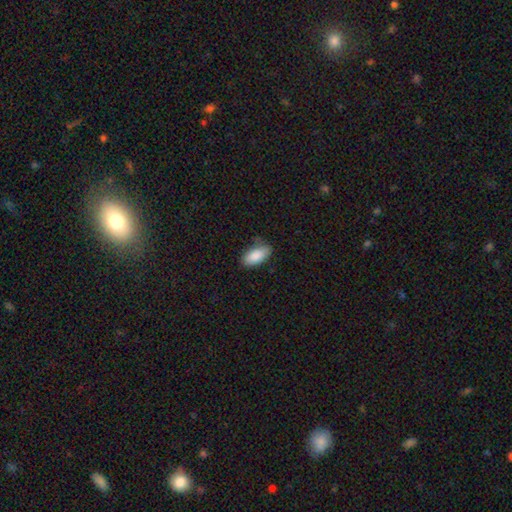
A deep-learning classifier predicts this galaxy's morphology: A smooth galaxy with no disk features (88%) that is in between round and cigar-shaped (94%). Merging: none (75%).